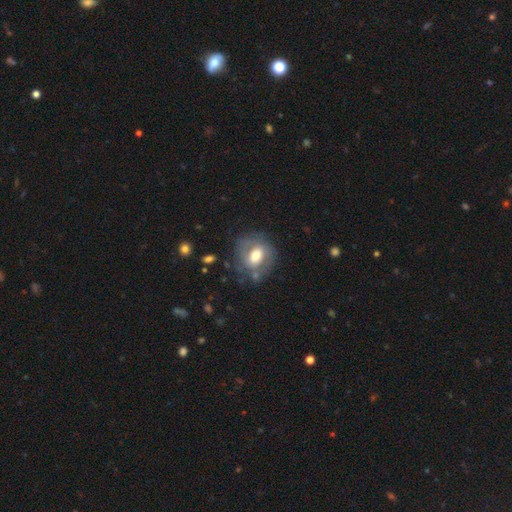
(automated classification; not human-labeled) smooth-or-featured: smooth: 49% | featured or disk: 44% | star or artifact: 7%
  merging: none: 65% | minor disturbance: 20% | major disturbance: 10% | merger: 4%